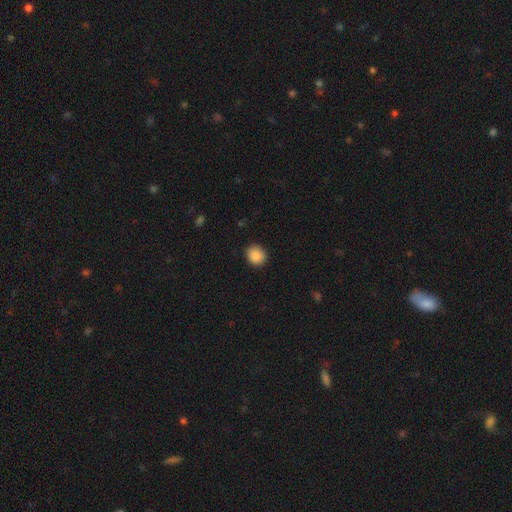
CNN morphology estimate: This appears to be a smooth galaxy with no disk features (89%) that is round (80%). Merging: none (88%).